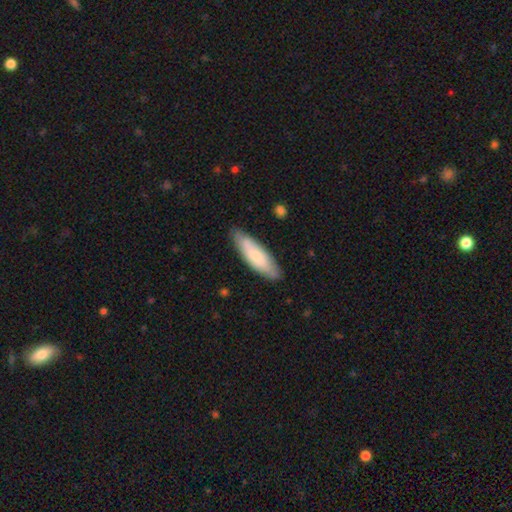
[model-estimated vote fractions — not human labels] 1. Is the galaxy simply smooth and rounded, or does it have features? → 72% smooth, 23% featured or disk, 5% star or artifact.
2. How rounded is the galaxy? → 53% cigar-shaped, 46% in between, 1% round.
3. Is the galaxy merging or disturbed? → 81% none, 15% minor disturbance, 3% major disturbance, 1% merger.